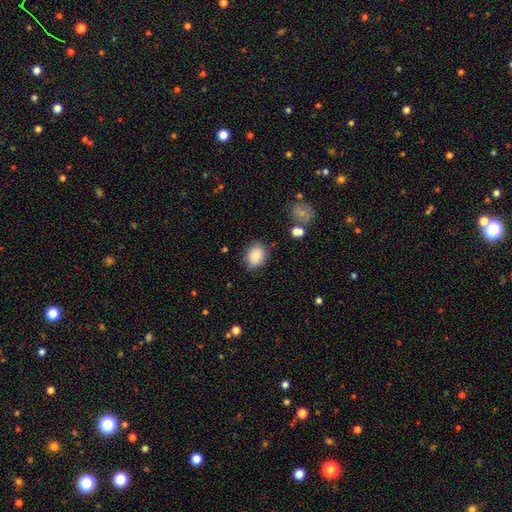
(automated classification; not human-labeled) The model was most divided on "how rounded": in between: 60%, round: 39%, cigar-shaped: 1%. More confident: smooth or featured — smooth (87%); merging — none (80%).